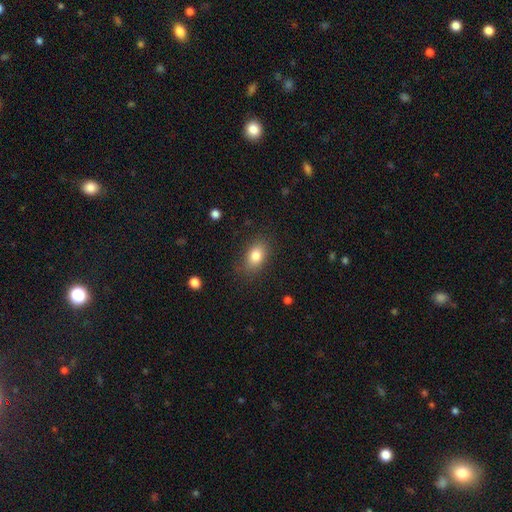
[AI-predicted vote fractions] Smooth or featured?
  - smooth: 81% *
  - featured or disk: 10%
  - star or artifact: 9%
How rounded?
  - in between: 83% *
  - round: 15%
  - cigar-shaped: 2%
Merging?
  - none: 81% *
  - minor disturbance: 13%
  - major disturbance: 4%
  - merger: 1%